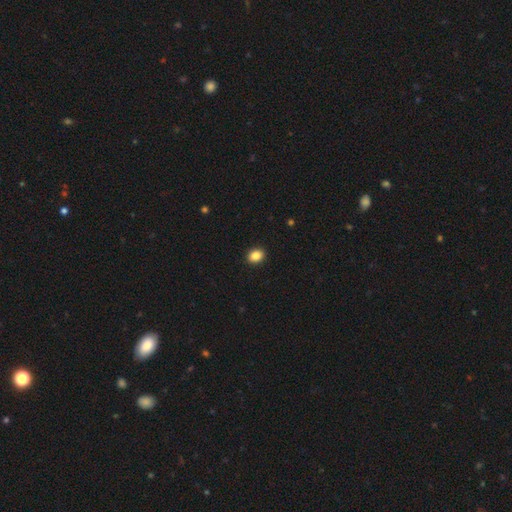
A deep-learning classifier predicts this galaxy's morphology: smooth-or-featured: smooth: 86% | star or artifact: 10% | featured or disk: 5%
  how-rounded: in between: 58% | round: 41% | cigar-shaped: 1%
  merging: none: 91% | minor disturbance: 6% | major disturbance: 2% | merger: 1%